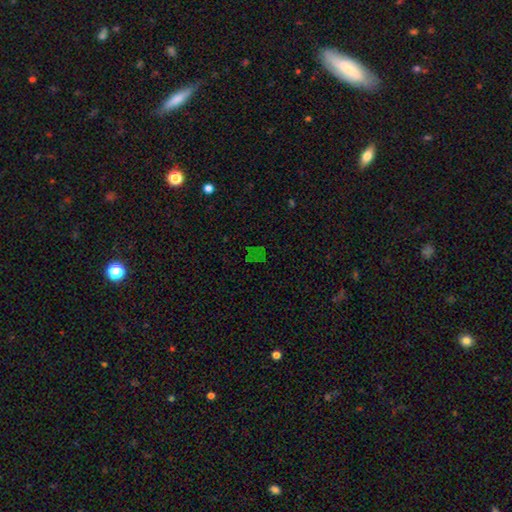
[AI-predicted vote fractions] star or artifact 58%, smooth 31%, featured or disk 11%.